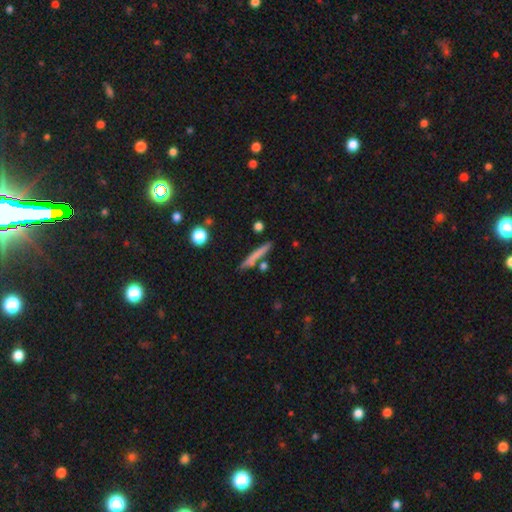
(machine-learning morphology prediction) The model was most divided on "smooth or featured": smooth: 67%, featured or disk: 25%, star or artifact: 8%. More confident: how rounded — cigar-shaped (92%); merging — none (79%).